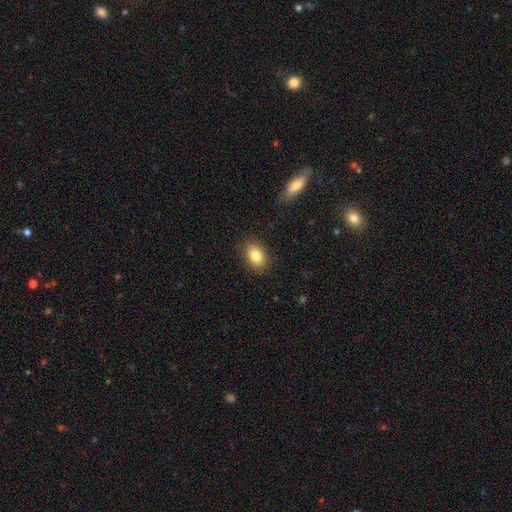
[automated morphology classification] smooth_or_featured: smooth (p=0.83) [alt: star or artifact p=0.08]
how_rounded: in between (p=0.79) [alt: round p=0.19]
merging: none (p=0.87) [alt: minor disturbance p=0.09]